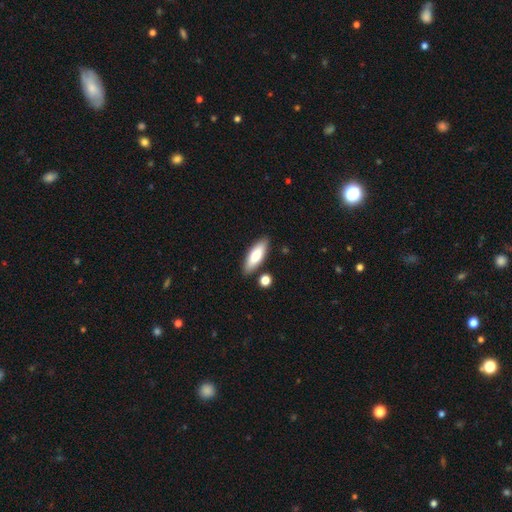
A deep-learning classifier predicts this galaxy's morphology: This is likely a smooth galaxy (74%). How rounded: possibly in between (60%). Merging: clearly none (84%).